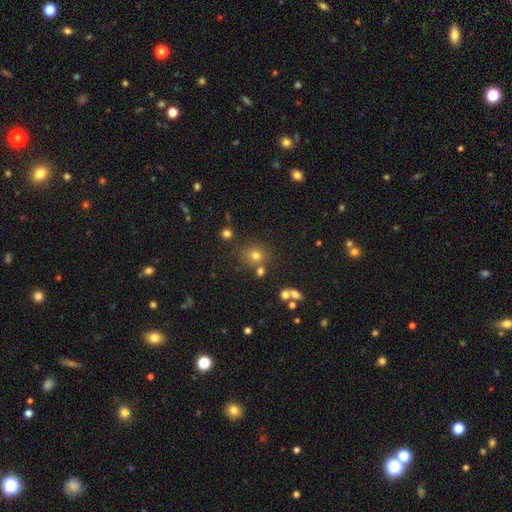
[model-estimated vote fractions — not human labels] Smooth or featured? Predicted: smooth (p=0.73). How rounded? Predicted: round (p=0.86). Merging? Predicted: none (p=0.74).